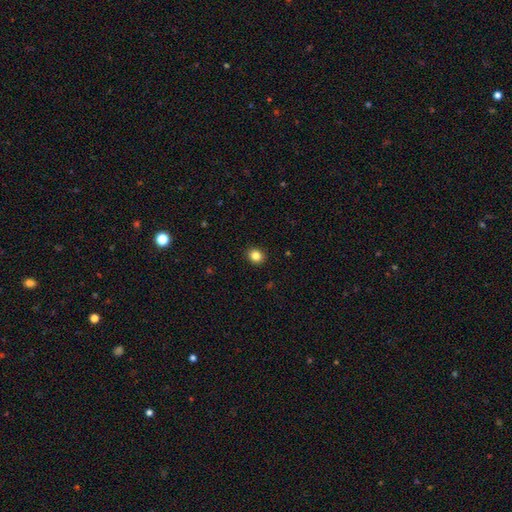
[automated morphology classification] This appears to be a smooth galaxy with no disk features (84%) that is round (75%). Merging: none (91%).